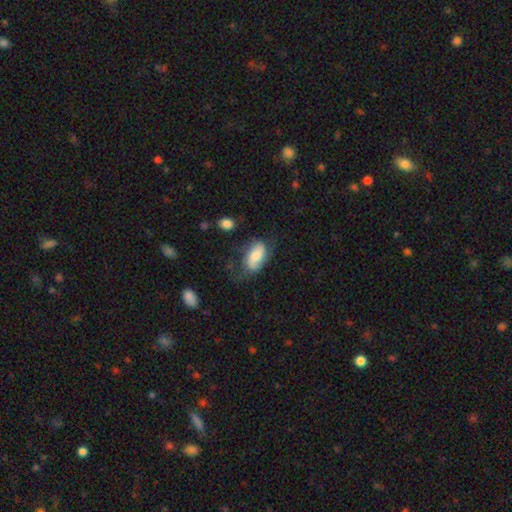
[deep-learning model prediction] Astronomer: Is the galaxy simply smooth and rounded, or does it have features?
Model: smooth — 52% (runner-up: featured or disk, 41%).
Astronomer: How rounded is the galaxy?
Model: in between — 91%.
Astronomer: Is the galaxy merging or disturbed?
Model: none — 51% (runner-up: minor disturbance, 28%).